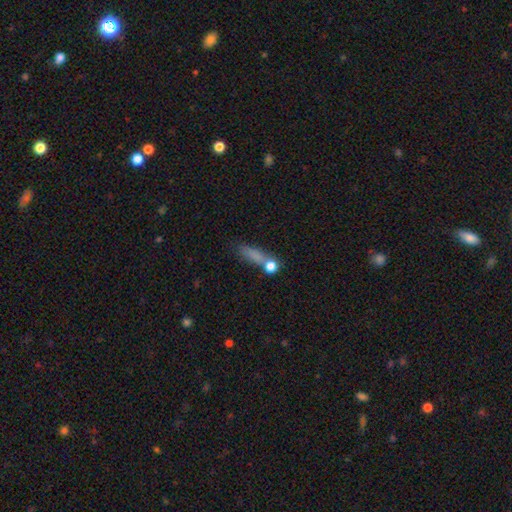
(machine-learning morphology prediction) Smooth or featured? Predicted: smooth (p=0.71). How rounded? Predicted: cigar-shaped (p=0.52). Merging? Predicted: none (p=0.53).